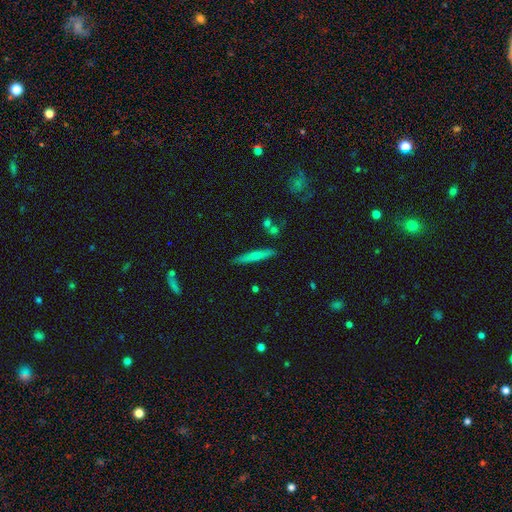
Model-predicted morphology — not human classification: Overall: smooth (56%; featured or disk 37%). How rounded: cigar-shaped (92%). Merging: none (85%).